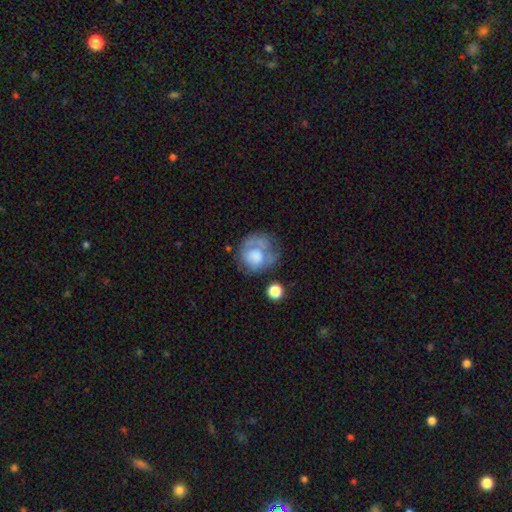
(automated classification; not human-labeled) smooth 51%, featured or disk 40%, star or artifact 9%. Down the decision tree: how rounded — round (77%); merging — none (42%).